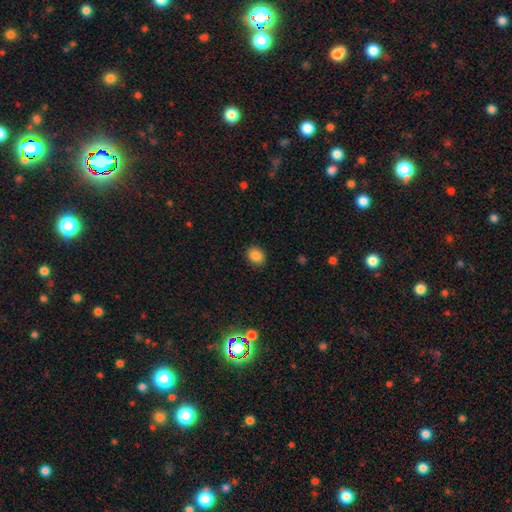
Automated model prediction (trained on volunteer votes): smooth-or-featured: smooth: 87% | star or artifact: 9% | featured or disk: 4%
  how-rounded: in between: 54% | round: 45% | cigar-shaped: 1%
  merging: none: 89% | minor disturbance: 8% | major disturbance: 2% | merger: 1%